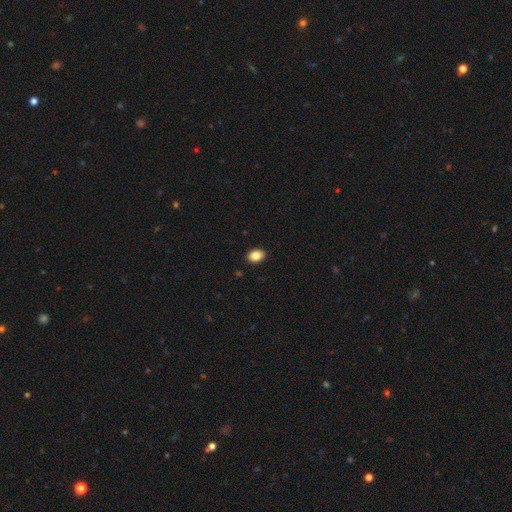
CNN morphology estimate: Smooth or featured?
  - smooth: 86% *
  - star or artifact: 9%
  - featured or disk: 5%
How rounded?
  - in between: 78% *
  - round: 21%
  - cigar-shaped: 1%
Merging?
  - none: 90% *
  - minor disturbance: 7%
  - major disturbance: 2%
  - merger: 1%